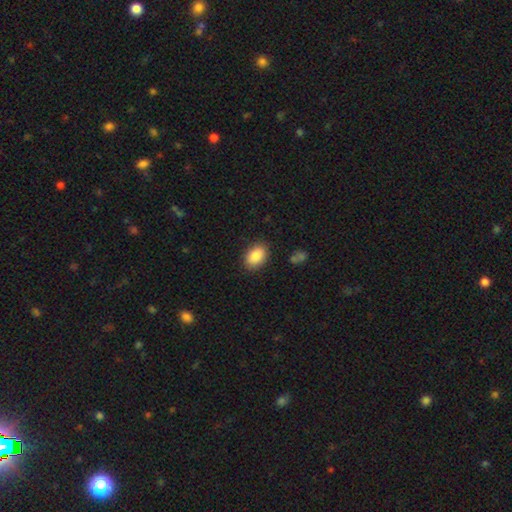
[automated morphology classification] smooth-or-featured: smooth: 88% | star or artifact: 7% | featured or disk: 5%
  how-rounded: in between: 86% | round: 13% | cigar-shaped: 1%
  merging: none: 86% | minor disturbance: 10% | major disturbance: 3% | merger: 1%